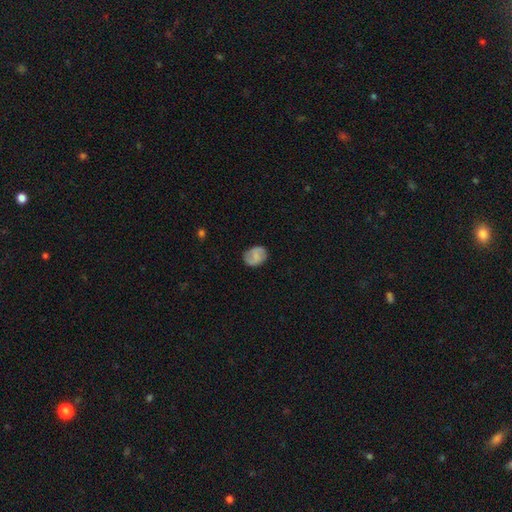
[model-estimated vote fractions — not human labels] A smooth galaxy with no disk features (56%) that is in between round and cigar-shaped (50%). Merging: none (82%).